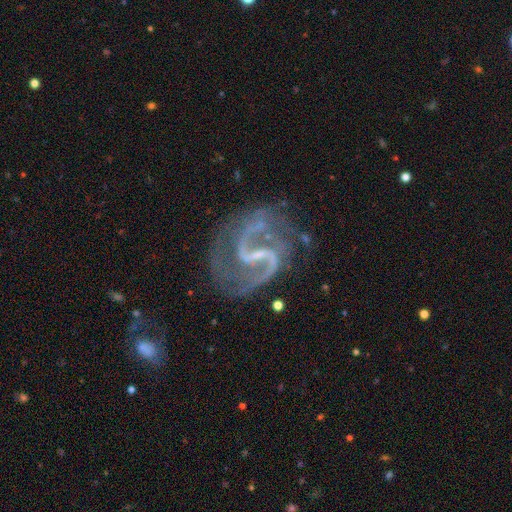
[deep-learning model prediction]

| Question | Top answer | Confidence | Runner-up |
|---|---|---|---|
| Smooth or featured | featured or disk | 93% | star or artifact (4%) |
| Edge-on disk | no | 98% | yes (2%) |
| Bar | weak | 48% | strong (37%) |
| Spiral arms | yes | 98% | no (2%) |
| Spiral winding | medium | 56% | loose (32%) |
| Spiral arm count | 2 | 93% | can't tell (2%) |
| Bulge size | small | 56% | none (34%) |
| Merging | none | 69% | minor disturbance (17%) |